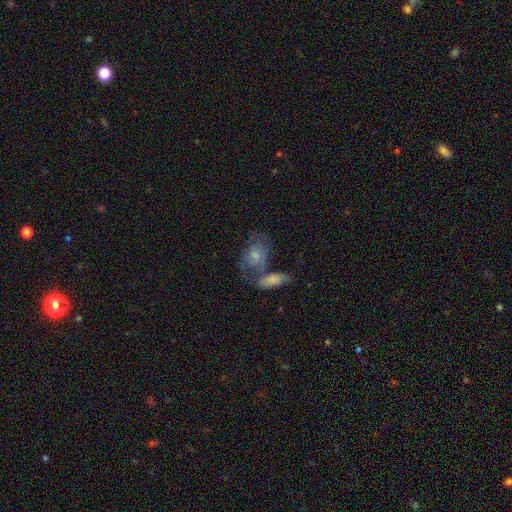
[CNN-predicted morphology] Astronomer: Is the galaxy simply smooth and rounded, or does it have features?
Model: smooth — 48% (runner-up: featured or disk, 45%).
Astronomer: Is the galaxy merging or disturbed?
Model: merger — 38% (runner-up: none, 32%).